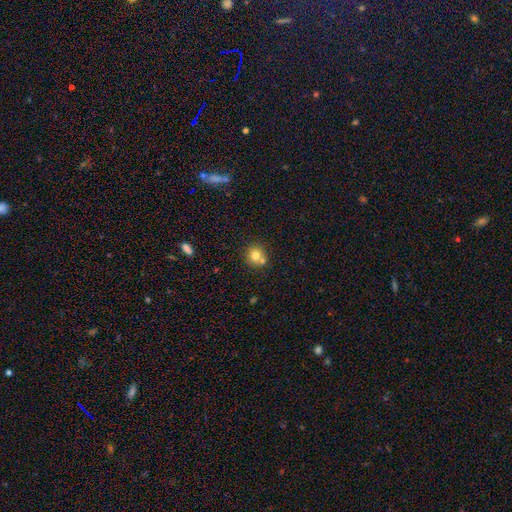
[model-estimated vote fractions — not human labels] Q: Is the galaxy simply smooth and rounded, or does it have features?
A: smooth — 76%.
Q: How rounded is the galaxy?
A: round — 89%.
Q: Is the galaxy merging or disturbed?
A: none — 60%.